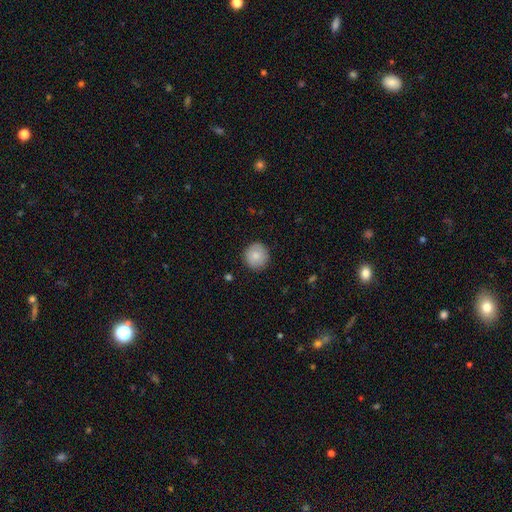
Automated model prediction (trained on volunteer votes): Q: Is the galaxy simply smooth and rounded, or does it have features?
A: smooth — 83%.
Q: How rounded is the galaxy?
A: round — 94%.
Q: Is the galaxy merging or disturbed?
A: none — 90%.